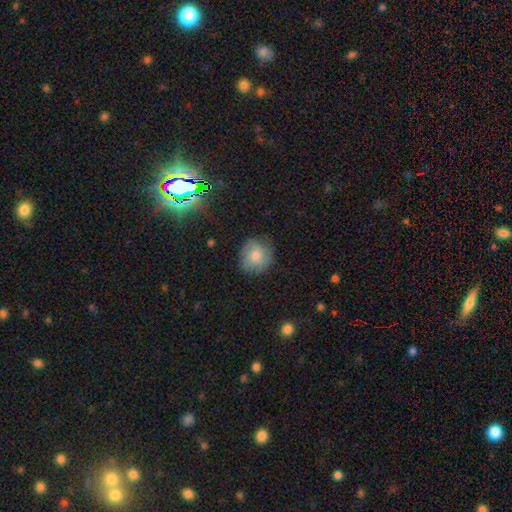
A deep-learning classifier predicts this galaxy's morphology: Q: Smooth or featured?
A: smooth (65%); runner-up: featured or disk (27%)
Q: How rounded?
A: round (84%); runner-up: in between (15%)
Q: Merging?
A: none (73%); runner-up: minor disturbance (20%)